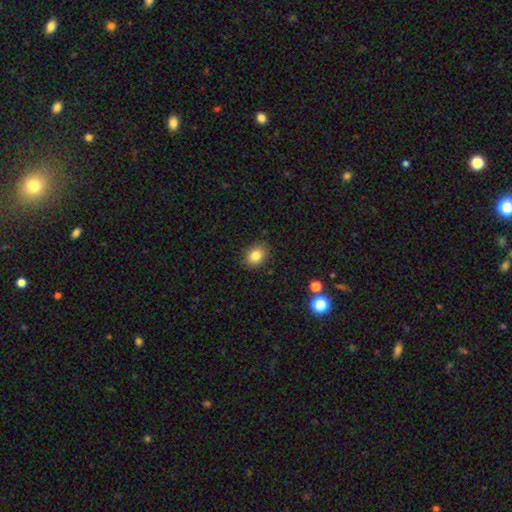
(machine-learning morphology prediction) smooth_or_featured: smooth (p=0.82) [alt: star or artifact p=0.11]
how_rounded: in between (p=0.55) [alt: round p=0.44]
merging: none (p=0.86) [alt: minor disturbance p=0.10]